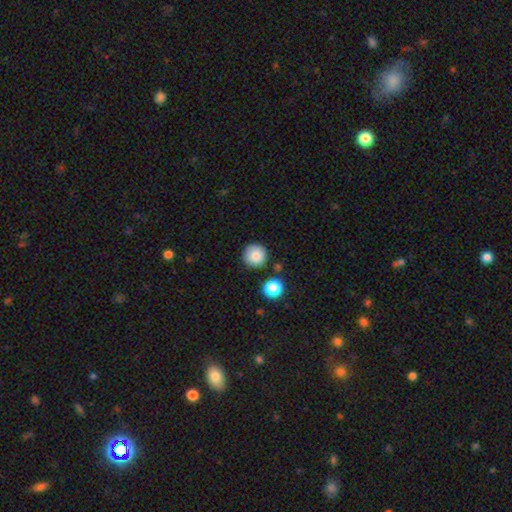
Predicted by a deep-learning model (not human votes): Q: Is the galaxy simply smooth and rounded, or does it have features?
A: smooth — 84%.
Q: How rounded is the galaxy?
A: round — 95%.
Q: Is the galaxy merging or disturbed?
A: none — 84%.